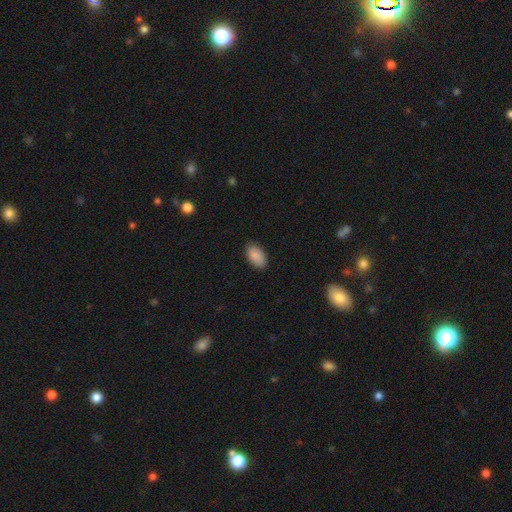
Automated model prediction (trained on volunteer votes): This appears to be a smooth galaxy with no disk features (90%) that is in between round and cigar-shaped (95%). Merging: none (87%).